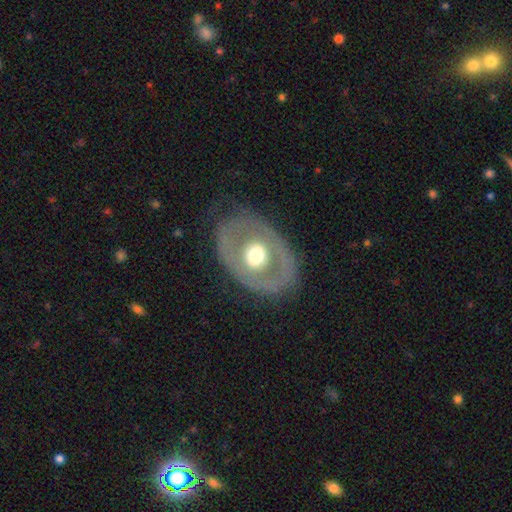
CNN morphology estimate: Overall: featured or disk (57%; smooth 37%). Edge-on disk: no (92%). Bar: no (80%). Spiral arms: no (87%). Bulge size: moderate (61%; large 29%). Merging: none (75%).